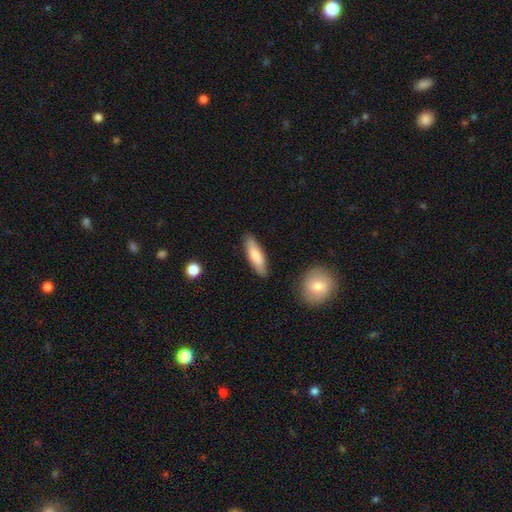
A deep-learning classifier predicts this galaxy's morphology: Smooth or featured: smooth — 76% (featured or disk — 18%)
How rounded: cigar-shaped — 58% (in between — 40%)
Merging: none — 85% (minor disturbance — 10%)